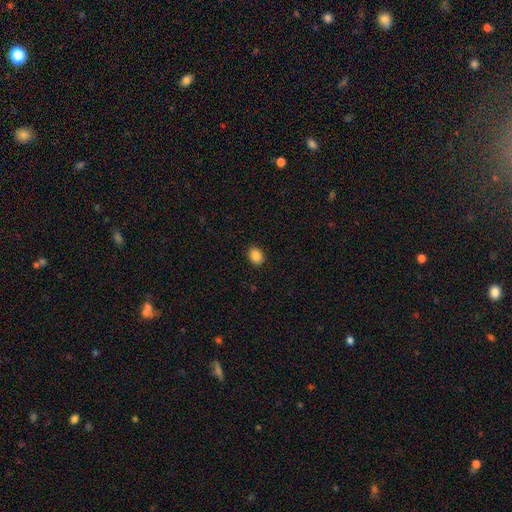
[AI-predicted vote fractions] Smooth or featured? Predicted: smooth (p=0.87). How rounded? Predicted: in between (p=0.64). Merging? Predicted: none (p=0.90).